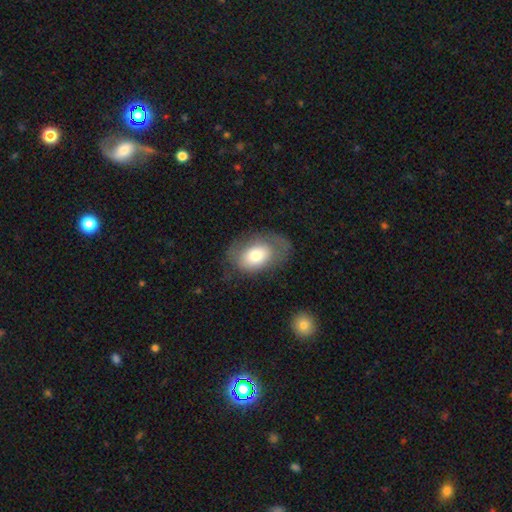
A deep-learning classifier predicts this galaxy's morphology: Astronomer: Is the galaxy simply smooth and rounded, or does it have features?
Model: smooth — 68%.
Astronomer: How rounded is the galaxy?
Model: in between — 83%.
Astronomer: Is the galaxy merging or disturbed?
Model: none — 56%.